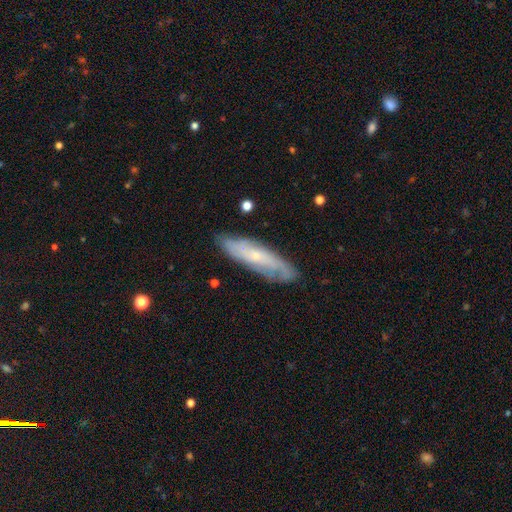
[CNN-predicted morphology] smooth_or_featured: featured or disk (p=0.65) [alt: smooth p=0.29]
disk_edge_on: no (p=0.70) [alt: yes p=0.30]
merging: none (p=0.78) [alt: minor disturbance p=0.16]